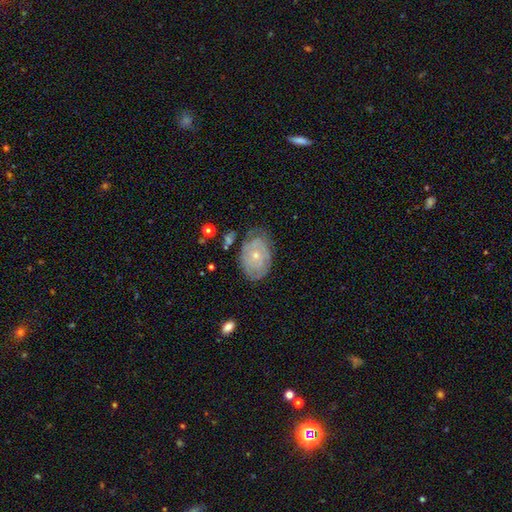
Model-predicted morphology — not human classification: smooth_or_featured: featured or disk (p=0.69) [alt: smooth p=0.25]
disk_edge_on: no (p=0.96) [alt: yes p=0.04]
bar: no (p=0.84) [alt: weak p=0.14]
has_spiral_arms: yes (p=0.76) [alt: no p=0.24]
bulge_size: small (p=0.68) [alt: moderate p=0.29]
merging: none (p=0.65) [alt: minor disturbance p=0.24]